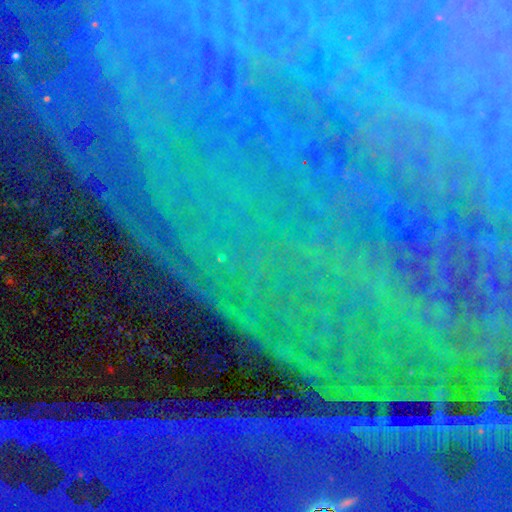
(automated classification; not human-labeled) Smooth or featured: star or artifact — 85% (featured or disk — 8%)